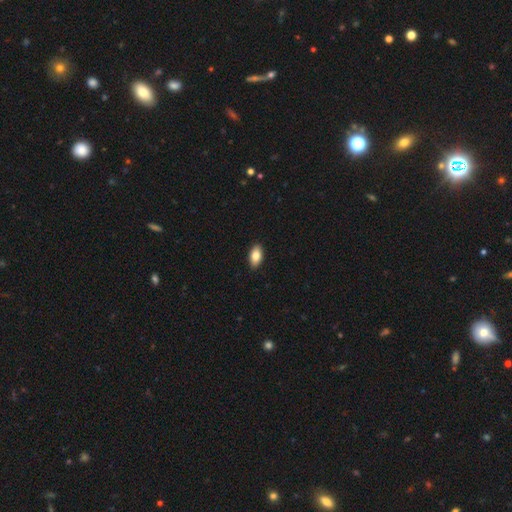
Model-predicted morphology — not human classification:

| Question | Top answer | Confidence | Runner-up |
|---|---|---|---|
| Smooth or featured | smooth | 84% | featured or disk (9%) |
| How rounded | in between | 92% | round (5%) |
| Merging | none | 90% | minor disturbance (7%) |